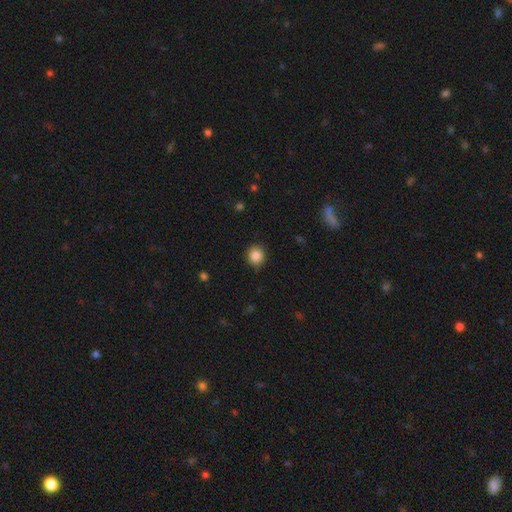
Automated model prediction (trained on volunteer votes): Smooth or featured? smooth (86%)
How rounded? round (87%)
Merging? none (89%)